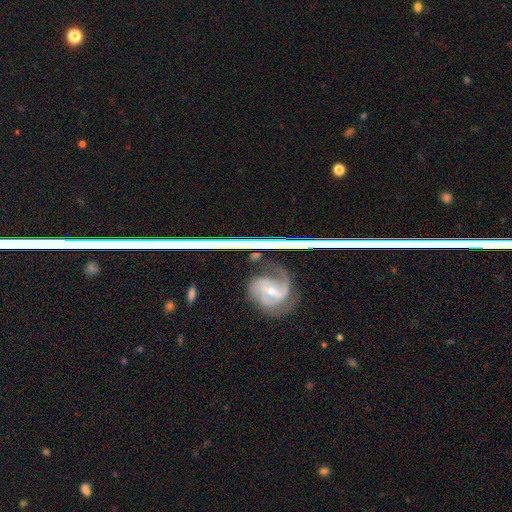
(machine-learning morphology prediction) Smooth or featured? star or artifact (66%)